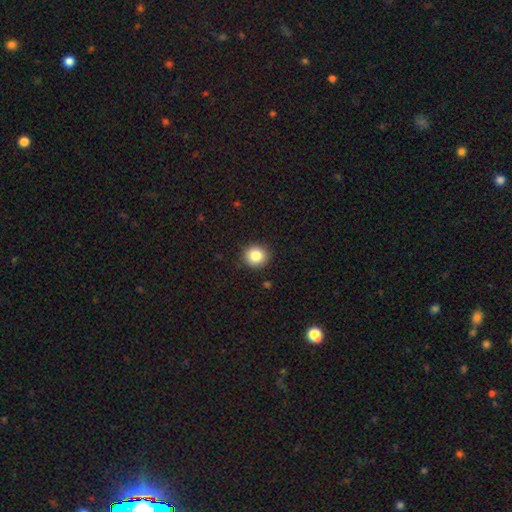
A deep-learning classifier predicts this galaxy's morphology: Smooth or featured? Predicted: smooth (p=0.84). How rounded? Predicted: round (p=0.91). Merging? Predicted: none (p=0.91).